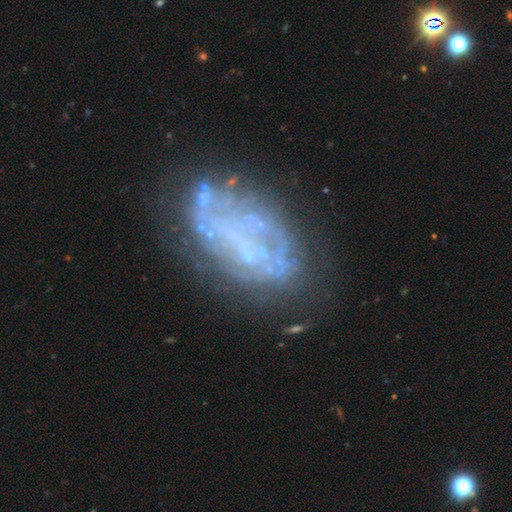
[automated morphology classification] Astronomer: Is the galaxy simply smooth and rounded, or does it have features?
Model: featured or disk — 70%.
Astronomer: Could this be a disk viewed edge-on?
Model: no — 97%.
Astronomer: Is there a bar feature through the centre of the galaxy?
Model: no — 71%.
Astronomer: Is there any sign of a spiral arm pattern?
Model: no — 65%.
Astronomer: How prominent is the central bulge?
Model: none — 69%.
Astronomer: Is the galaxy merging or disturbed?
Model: none — 51%.